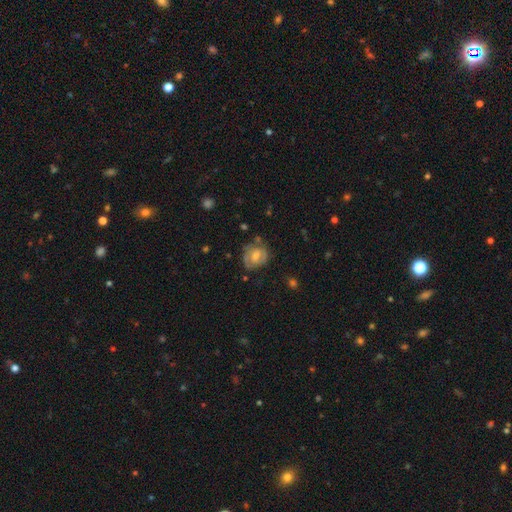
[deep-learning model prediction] Smooth or featured? featured or disk (56%)
Edge-on disk? no (97%)
Bar? no (50%)
Spiral arms? yes (73%)
Bulge size? moderate (48%)
Merging? none (60%)